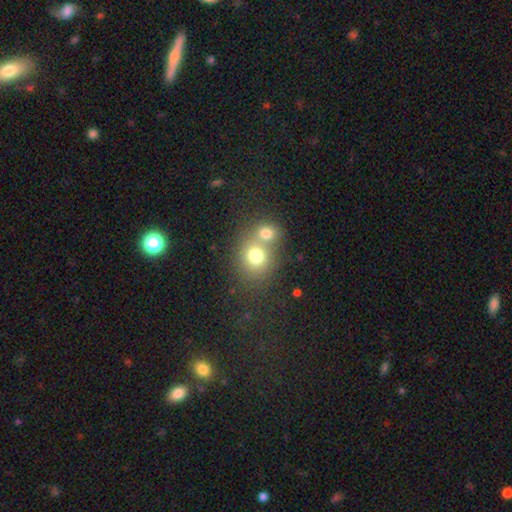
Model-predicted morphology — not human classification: A smooth galaxy with no disk features (73%) that is round (75%).

Vote fractions:
- Smooth or featured? smooth: 73% / featured or disk: 14% / star or artifact: 13%
- How rounded? round: 75% / in between: 24% / cigar-shaped: 1%
- Merging? merger: 56% / none: 34% / minor disturbance: 6% / major disturbance: 3%